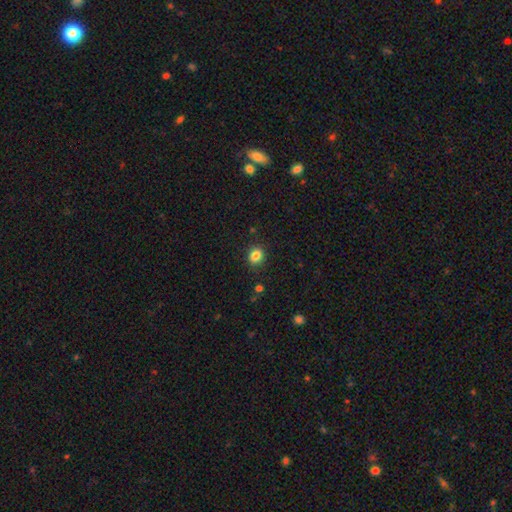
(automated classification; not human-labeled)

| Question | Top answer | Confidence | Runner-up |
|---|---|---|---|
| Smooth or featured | smooth | 84% | star or artifact (11%) |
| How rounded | round | 63% | in between (36%) |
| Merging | none | 88% | minor disturbance (8%) |